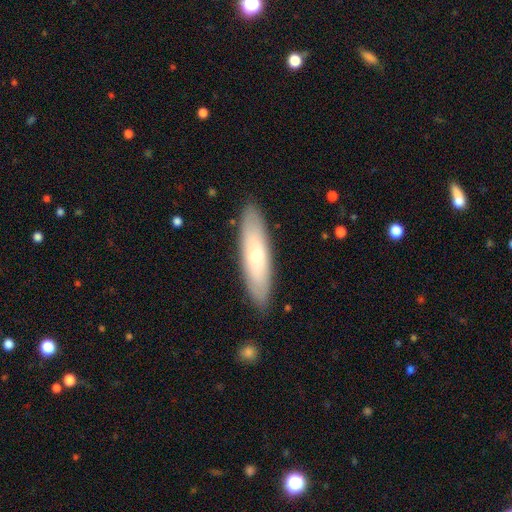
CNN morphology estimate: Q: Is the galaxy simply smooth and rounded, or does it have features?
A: smooth — 59%.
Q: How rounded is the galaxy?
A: cigar-shaped — 66%.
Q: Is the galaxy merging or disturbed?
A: none — 87%.